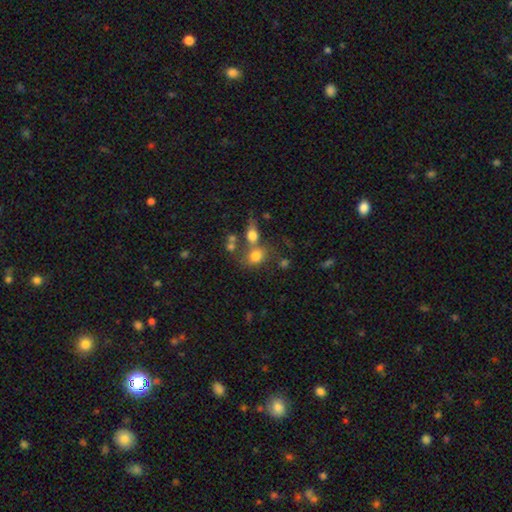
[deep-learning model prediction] smooth_or_featured: smooth (p=0.75) [alt: star or artifact p=0.13]
how_rounded: round (p=0.57) [alt: in between p=0.42]
merging: none (p=0.45) [alt: merger p=0.36]